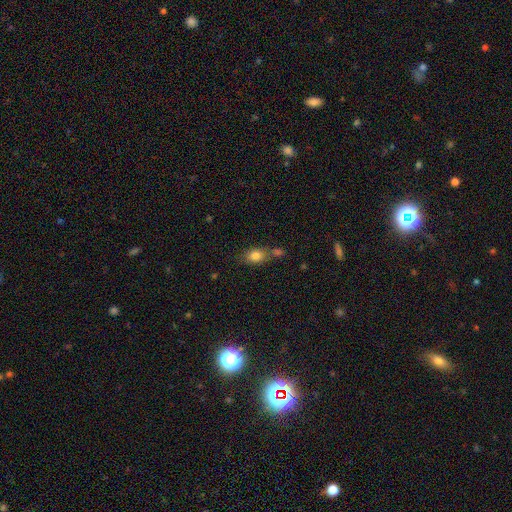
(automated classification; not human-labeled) smooth-or-featured: smooth: 81% | star or artifact: 10% | featured or disk: 10%
  how-rounded: in between: 64% | round: 33% | cigar-shaped: 3%
  merging: none: 52% | merger: 28% | minor disturbance: 15% | major disturbance: 5%